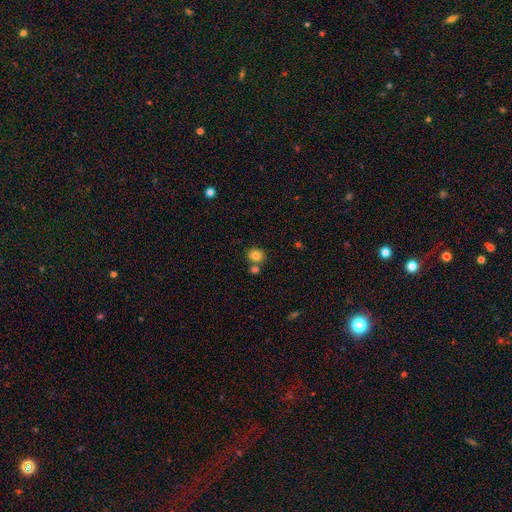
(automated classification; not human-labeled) This appears to be a smooth galaxy with no disk features (82%) that is round (80%). Merging: none (67%).